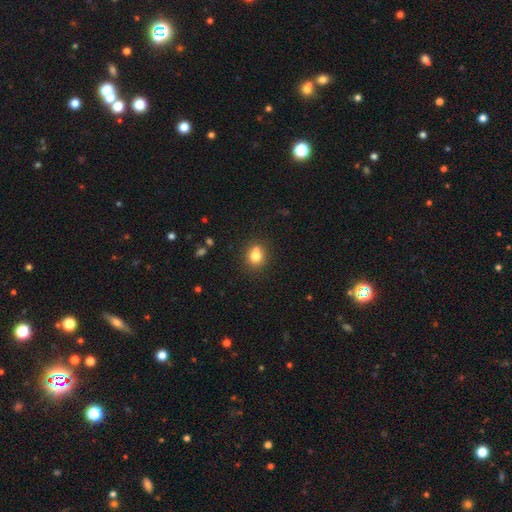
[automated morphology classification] A smooth galaxy with no disk features (77%) that is round (75%).

Vote fractions:
- Smooth or featured? smooth: 77% / star or artifact: 12% / featured or disk: 11%
- How rounded? round: 75% / in between: 24% / cigar-shaped: 1%
- Merging? none: 64% / merger: 19% / minor disturbance: 13% / major disturbance: 4%